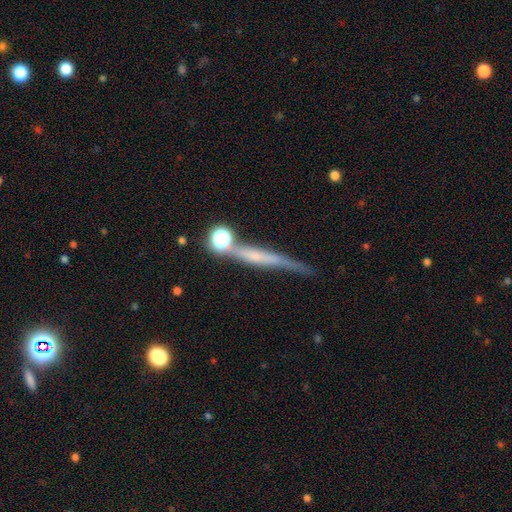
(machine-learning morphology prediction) smooth_or_featured: featured or disk (p=0.55) [alt: smooth p=0.34]
disk_edge_on: yes (p=0.88) [alt: no p=0.12]
merging: none (p=0.60) [alt: minor disturbance p=0.18]